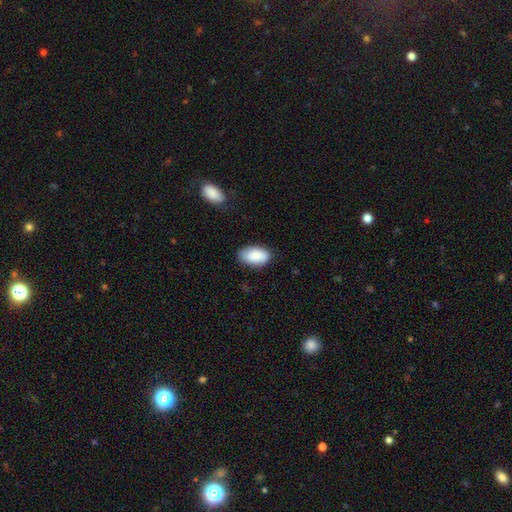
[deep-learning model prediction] This is clearly a smooth galaxy (86%). How rounded: clearly in between (94%). Merging: likely none (80%).